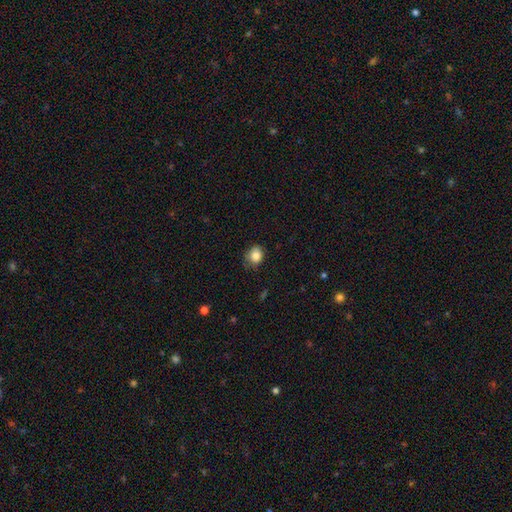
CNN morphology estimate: The model was most divided on "how rounded": round: 65%, in between: 34%, cigar-shaped: 1%. More confident: smooth or featured — smooth (85%); merging — none (70%).